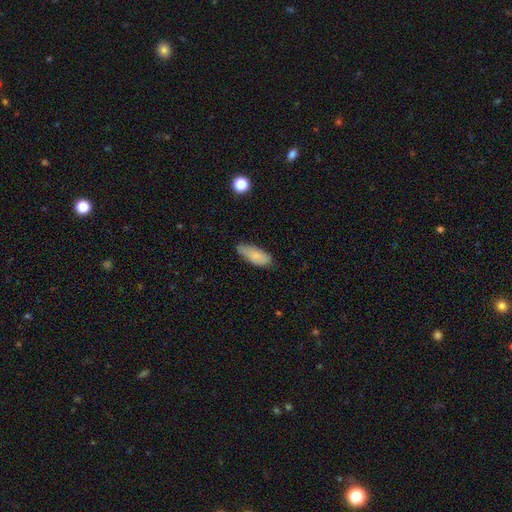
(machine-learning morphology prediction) smooth_or_featured: smooth (p=0.83) [alt: featured or disk p=0.10]
how_rounded: in between (p=0.76) [alt: cigar-shaped p=0.22]
merging: none (p=0.67) [alt: minor disturbance p=0.27]